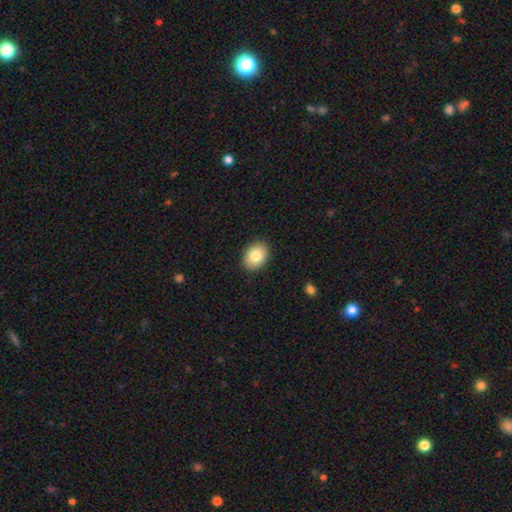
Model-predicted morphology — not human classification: The model was most divided on "how rounded": in between: 72%, round: 27%, cigar-shaped: 1%. More confident: merging — none (90%); smooth or featured — smooth (83%).